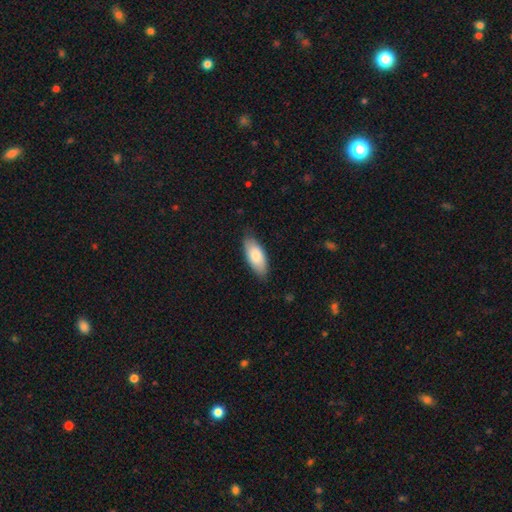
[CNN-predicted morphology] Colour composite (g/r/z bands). It shows a smooth galaxy with no disk features (80%) that is in between round and cigar-shaped (87%). Merging: none (81%).